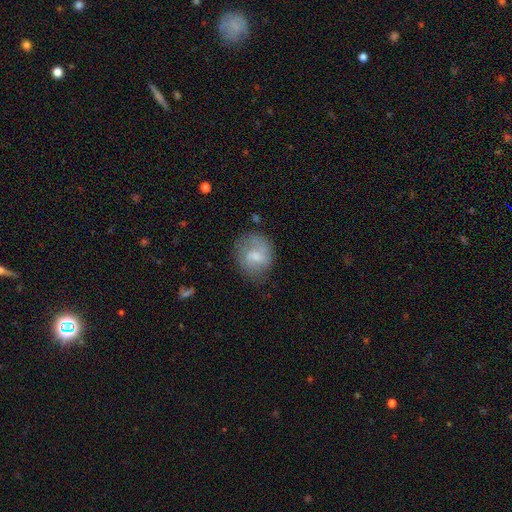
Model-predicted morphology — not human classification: This appears to be a featured or disk galaxy (49%). Merging: none (62%).